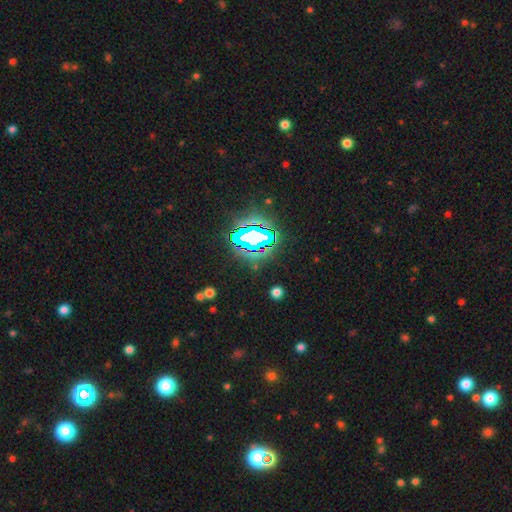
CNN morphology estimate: This appears to be a star or artifact, not a galaxy (77%).